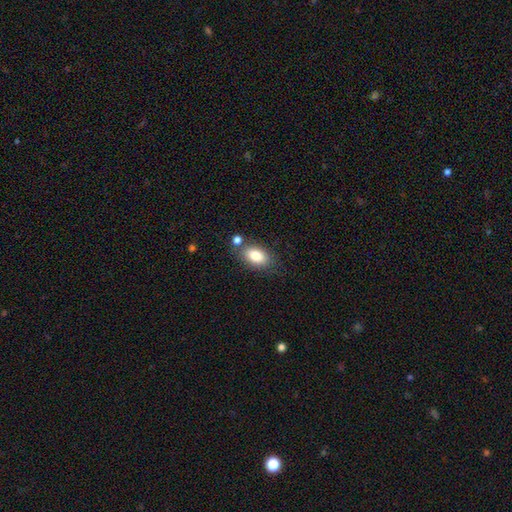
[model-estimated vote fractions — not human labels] Overall: smooth (83%). How rounded: in between (90%). Merging: none (70%).